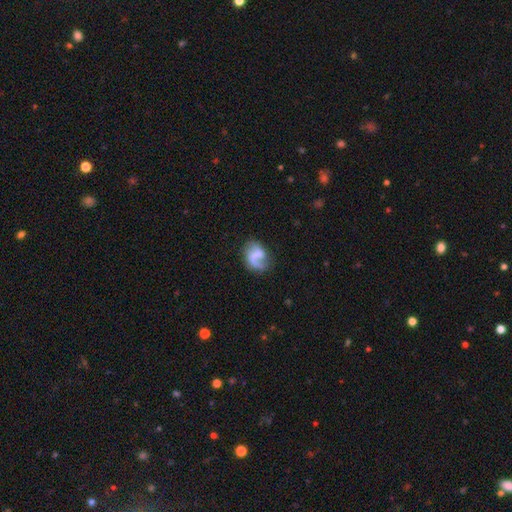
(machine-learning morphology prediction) This appears to be a featured or disk galaxy (60%) with no bar (49%), spiral arms (82%) and no central bulge (61%). Merging: none (46%).